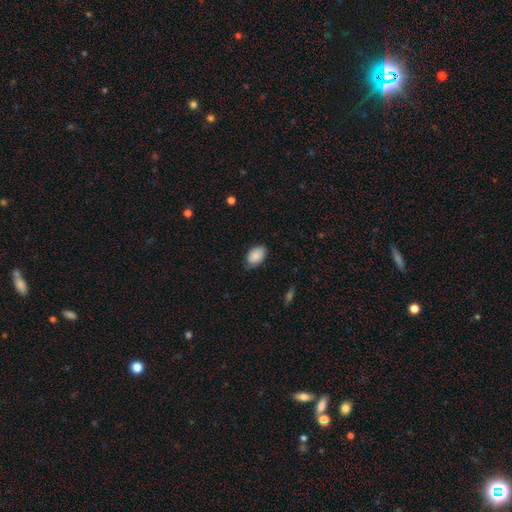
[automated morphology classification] smooth_or_featured: smooth (p=0.82) [alt: featured or disk p=0.12]
how_rounded: in between (p=0.90) [alt: round p=0.09]
merging: none (p=0.63) [alt: minor disturbance p=0.30]